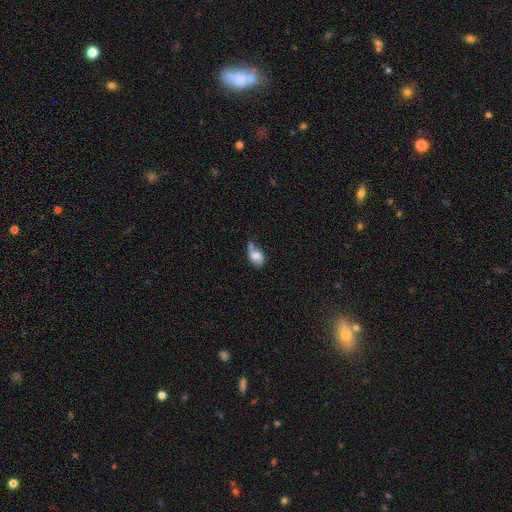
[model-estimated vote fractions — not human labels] A smooth galaxy with no disk features (63%) that is in between round and cigar-shaped (83%).

Vote fractions:
- Smooth or featured? smooth: 63% / featured or disk: 27% / star or artifact: 10%
- How rounded? in between: 83% / round: 14% / cigar-shaped: 3%
- Merging? minor disturbance: 35% / none: 32% / major disturbance: 20% / merger: 13%